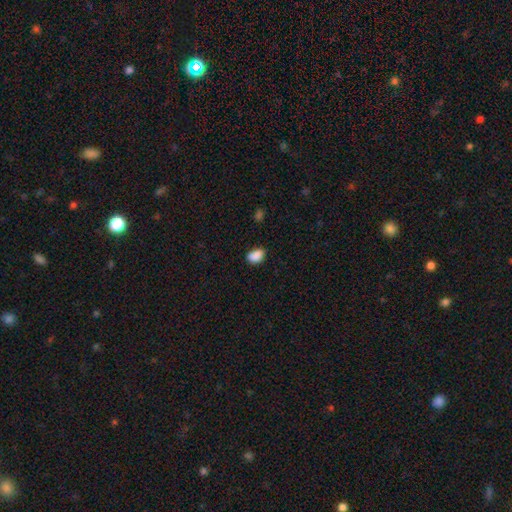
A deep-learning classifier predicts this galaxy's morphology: This appears to be a smooth galaxy with no disk features (88%) that is in between round and cigar-shaped (85%). Merging: none (71%).